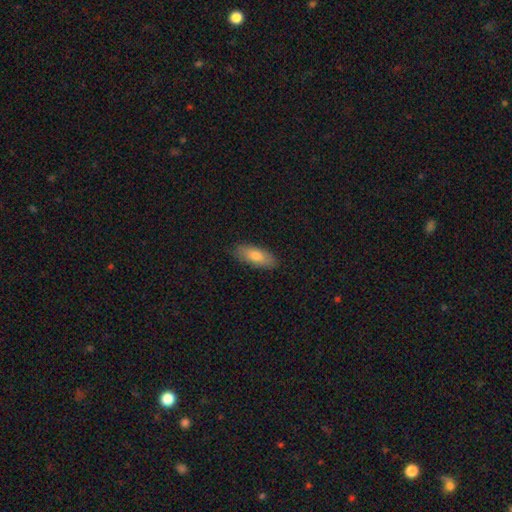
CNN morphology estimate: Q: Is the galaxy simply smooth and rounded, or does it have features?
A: smooth — 79%.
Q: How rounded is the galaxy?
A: in between — 74%.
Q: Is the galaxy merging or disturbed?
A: none — 86%.